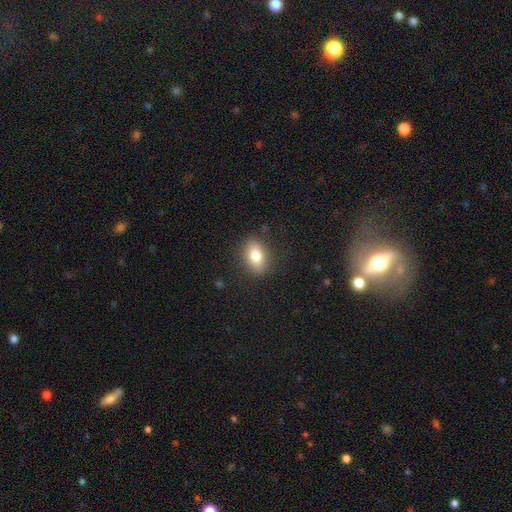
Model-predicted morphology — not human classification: This appears to be a smooth galaxy with no disk features (78%) that is in between round and cigar-shaped (81%). Merging: none (85%).